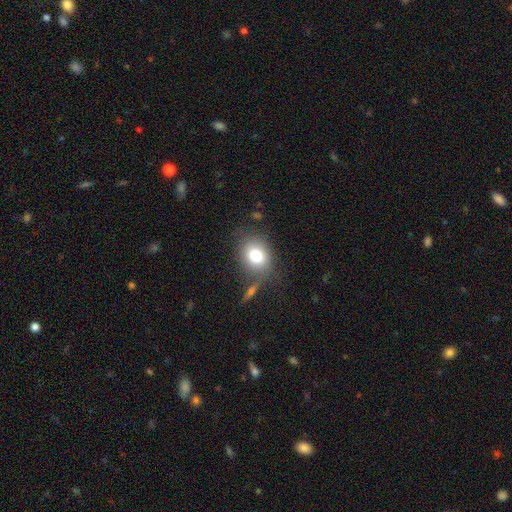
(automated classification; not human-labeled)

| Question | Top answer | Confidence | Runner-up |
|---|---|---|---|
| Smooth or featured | smooth | 78% | featured or disk (12%) |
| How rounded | round | 53% | in between (45%) |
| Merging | none | 70% | minor disturbance (15%) |